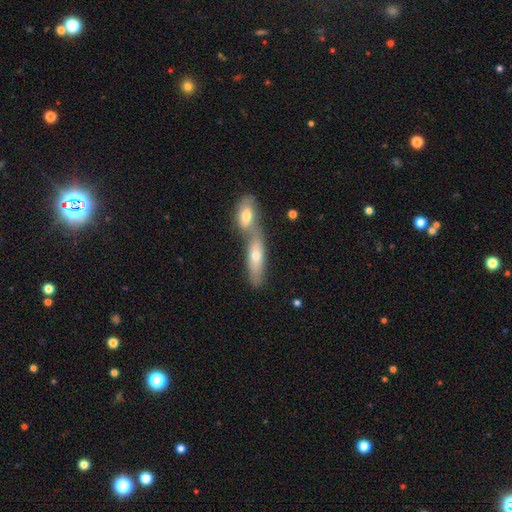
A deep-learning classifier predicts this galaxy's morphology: Overall: smooth (65%; featured or disk 29%). How rounded: in between (50%; cigar-shaped 47%). Merging: merger (62%; none 28%).